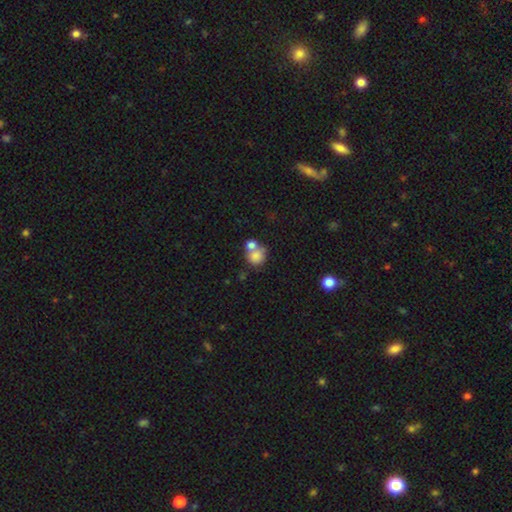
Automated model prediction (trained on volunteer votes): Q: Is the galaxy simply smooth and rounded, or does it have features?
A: smooth — 78%.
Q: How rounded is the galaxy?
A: round — 78%.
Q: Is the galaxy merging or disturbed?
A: merger — 47%.